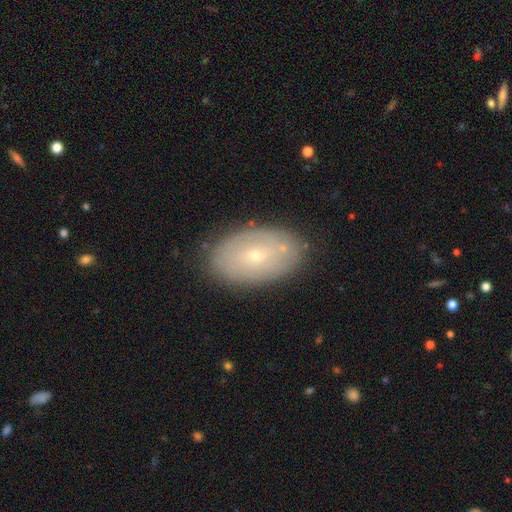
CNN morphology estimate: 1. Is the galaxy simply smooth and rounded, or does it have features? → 46% featured or disk (tied), 46% smooth (tied), 8% star or artifact.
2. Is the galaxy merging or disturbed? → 82% none, 13% minor disturbance, 3% major disturbance, 2% merger.